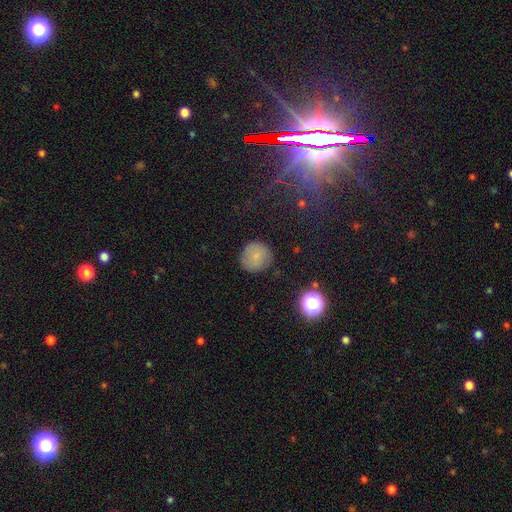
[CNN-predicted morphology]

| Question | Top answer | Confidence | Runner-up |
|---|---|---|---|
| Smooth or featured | smooth | 77% | star or artifact (13%) |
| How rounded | round | 91% | in between (8%) |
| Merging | none | 82% | minor disturbance (13%) |